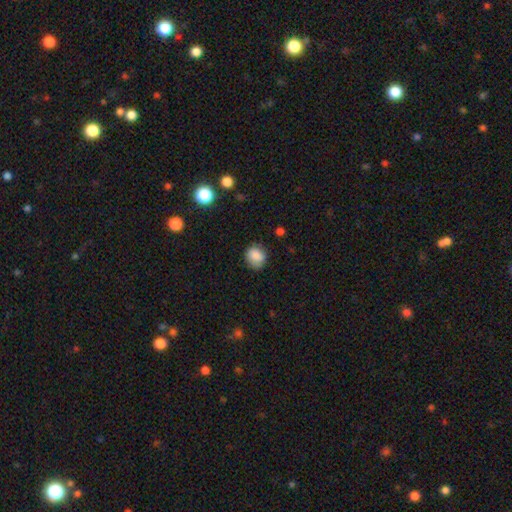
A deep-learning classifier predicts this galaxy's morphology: smooth-or-featured: smooth: 84% | star or artifact: 9% | featured or disk: 7%
  how-rounded: round: 68% | in between: 31% | cigar-shaped: 1%
  merging: none: 74% | minor disturbance: 20% | major disturbance: 5% | merger: 1%